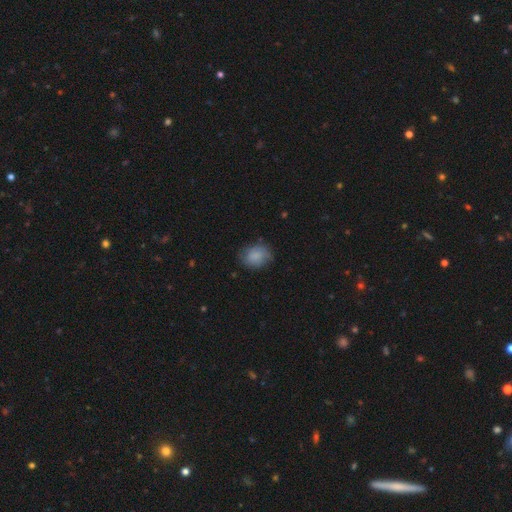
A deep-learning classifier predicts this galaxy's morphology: Smooth or featured? smooth (78%)
How rounded? in between (50%)
Merging? none (66%)